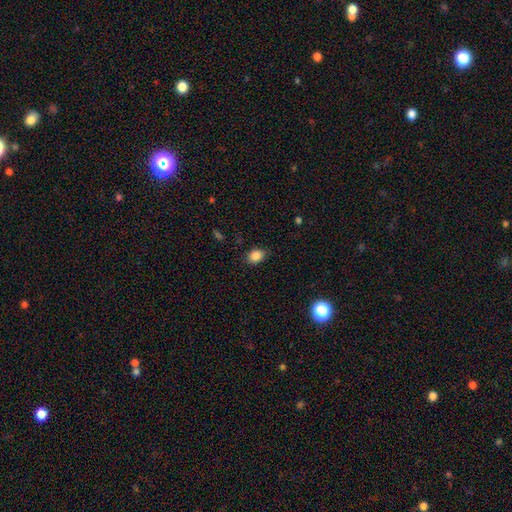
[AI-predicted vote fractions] A smooth galaxy with no disk features (86%) that is in between round and cigar-shaped (65%). Merging: none (78%).